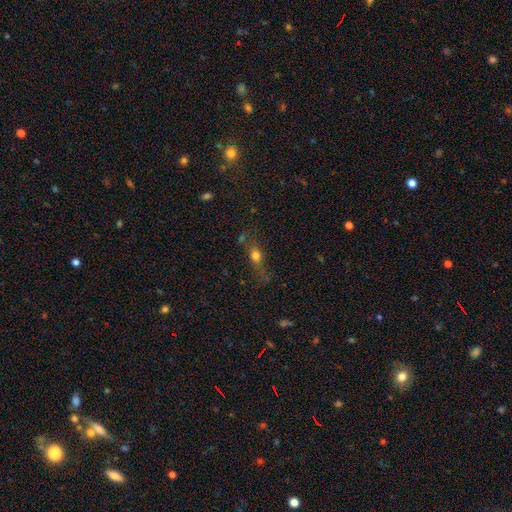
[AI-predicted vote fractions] A smooth galaxy with no disk features (62%) that is in between round and cigar-shaped (44%).

Vote fractions:
- Smooth or featured? smooth: 62% / featured or disk: 22% / star or artifact: 17%
- How rounded? in between: 44% / round: 31% / cigar-shaped: 24%
- Merging? none: 54% / minor disturbance: 22% / major disturbance: 15% / merger: 8%